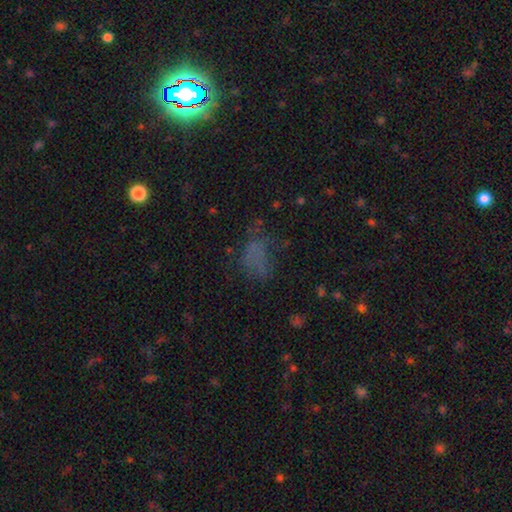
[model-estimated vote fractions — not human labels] smooth 53%, star or artifact 26%, featured or disk 22%. Down the decision tree: how rounded — in between (79%); merging — none (43%).